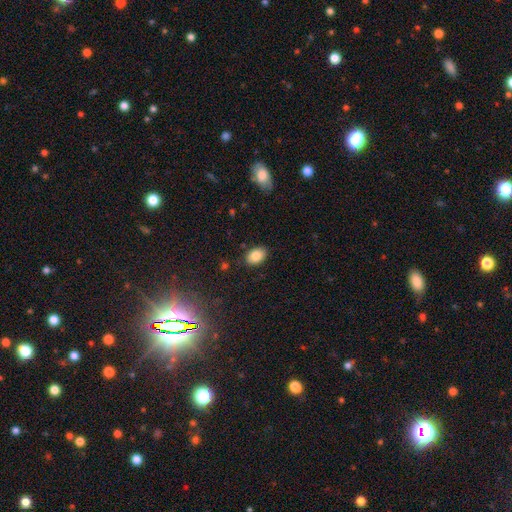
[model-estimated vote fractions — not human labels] Smooth or featured? Predicted: smooth (p=0.84). How rounded? Predicted: in between (p=0.86). Merging? Predicted: none (p=0.86).